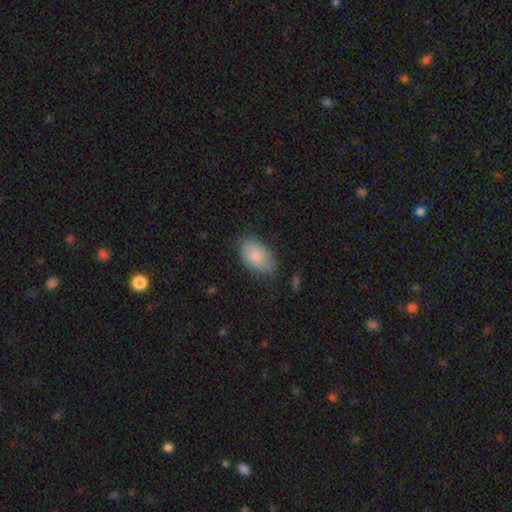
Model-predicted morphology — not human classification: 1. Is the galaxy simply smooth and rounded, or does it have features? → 76% smooth, 18% featured or disk, 6% star or artifact.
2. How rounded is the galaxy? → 92% in between, 7% round, 1% cigar-shaped.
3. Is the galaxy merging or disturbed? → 67% none, 26% minor disturbance, 6% major disturbance, 2% merger.